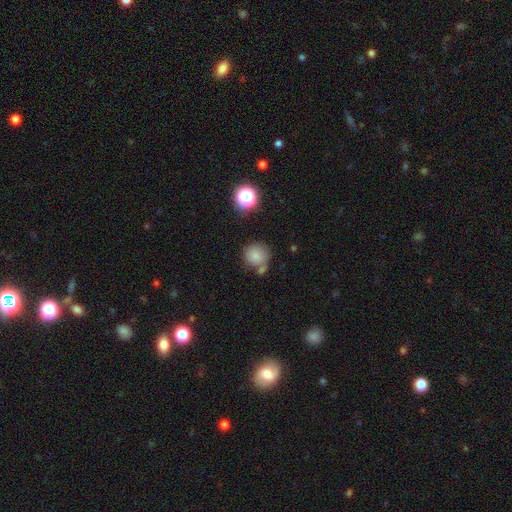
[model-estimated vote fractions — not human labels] Smooth or featured: smooth — 80% (star or artifact — 12%)
How rounded: round — 90% (in between — 9%)
Merging: none — 61% (merger — 18%)